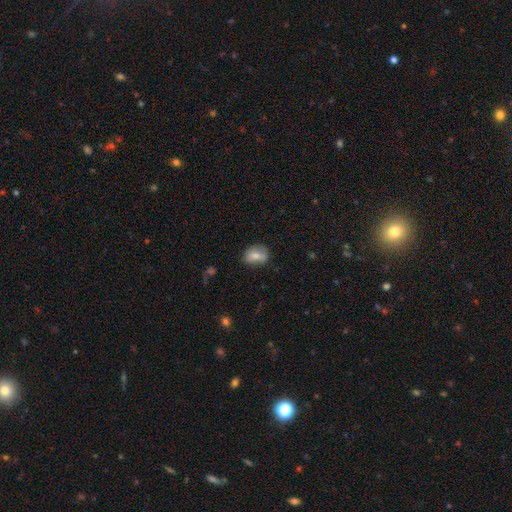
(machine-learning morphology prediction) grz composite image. It shows a smooth galaxy with no disk features (70%) that is in between round and cigar-shaped (62%). Merging: none (69%).